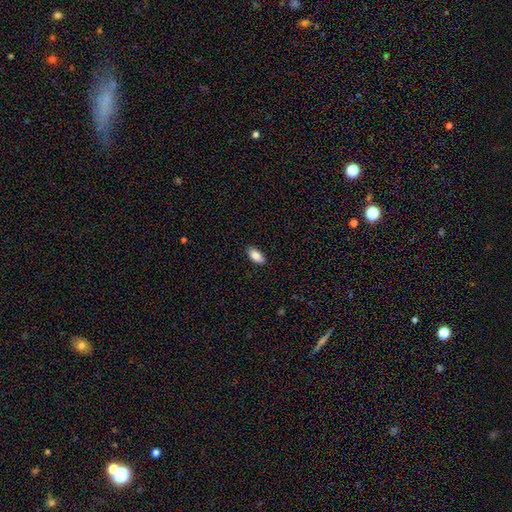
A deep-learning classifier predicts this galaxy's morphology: Smooth or featured: smooth — 87% (star or artifact — 7%)
How rounded: in between — 91% (cigar-shaped — 7%)
Merging: none — 89% (minor disturbance — 8%)